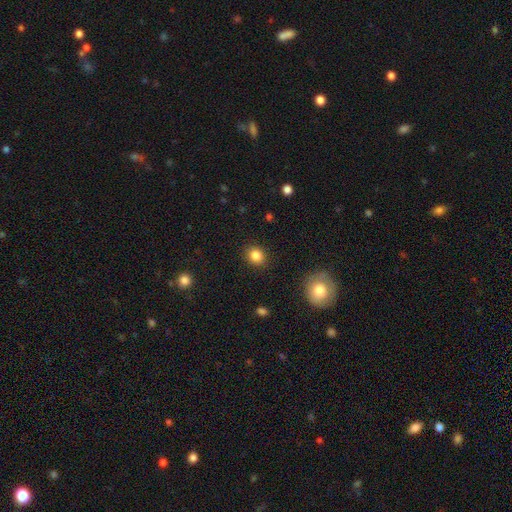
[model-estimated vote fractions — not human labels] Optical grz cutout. It shows a smooth galaxy with no disk features (84%) that is round (72%). Merging: none (89%).